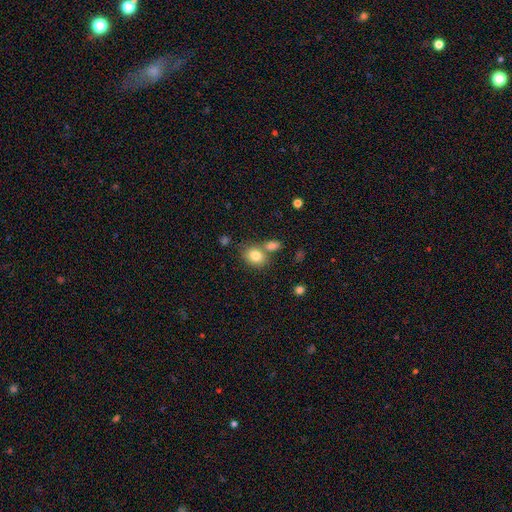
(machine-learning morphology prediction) smooth-or-featured: smooth: 82% | star or artifact: 9% | featured or disk: 9%
  how-rounded: in between: 58% | round: 41% | cigar-shaped: 1%
  merging: none: 55% | merger: 30% | minor disturbance: 12% | major disturbance: 4%